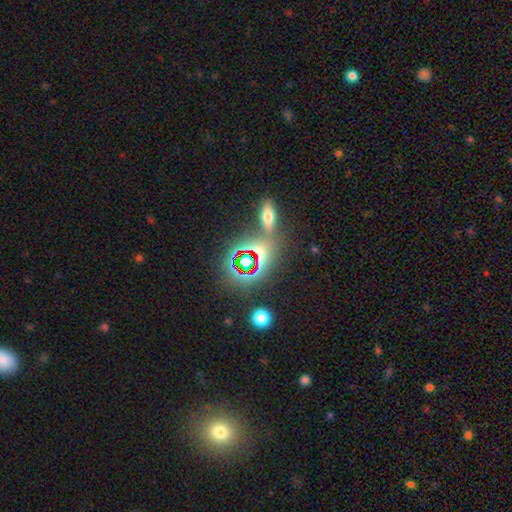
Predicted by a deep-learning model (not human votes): smooth-or-featured: star or artifact: 62% | smooth: 26% | featured or disk: 11%